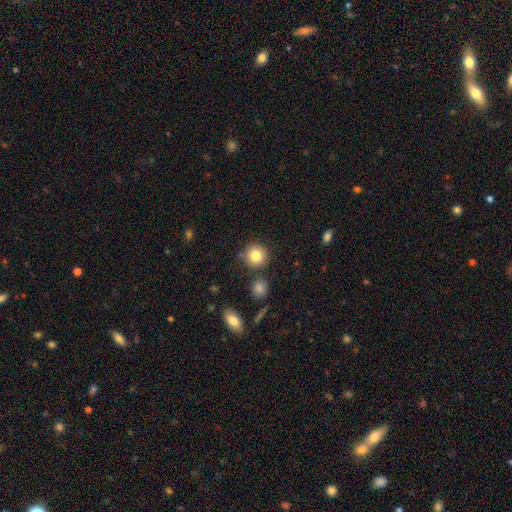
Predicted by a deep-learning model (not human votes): This appears to be a smooth galaxy with no disk features (83%) that is round (91%). Merging: none (81%).